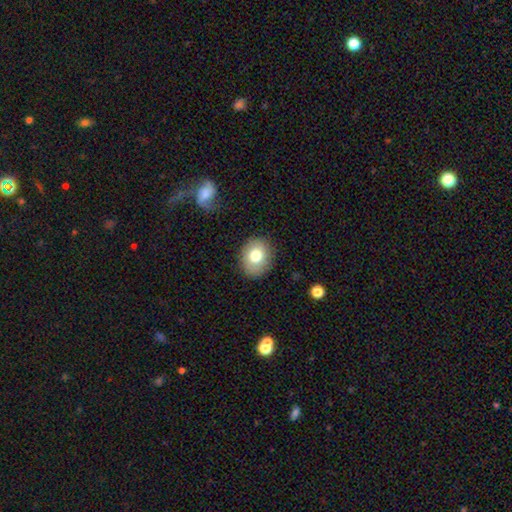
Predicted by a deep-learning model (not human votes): Smooth or featured? smooth (77%)
How rounded? round (57%)
Merging? none (86%)